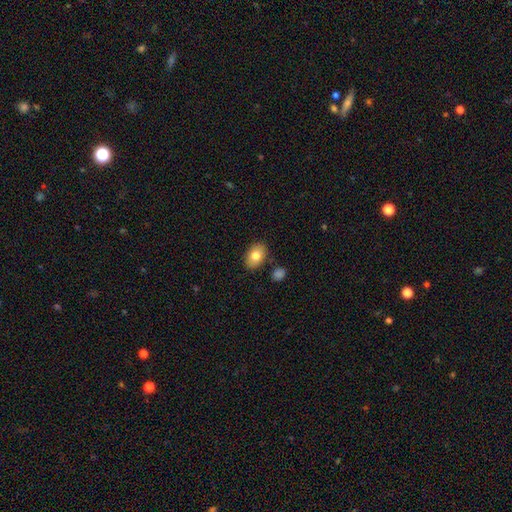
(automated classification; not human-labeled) This appears to be a smooth galaxy with no disk features (80%) that is in between round and cigar-shaped (86%). Merging: none (85%).